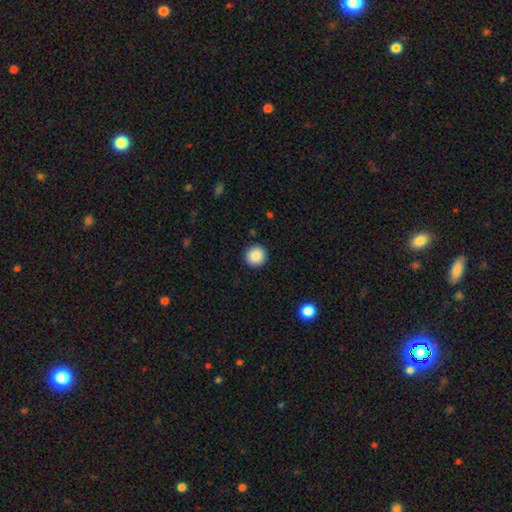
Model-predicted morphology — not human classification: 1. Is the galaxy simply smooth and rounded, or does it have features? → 88% smooth, 8% star or artifact, 4% featured or disk.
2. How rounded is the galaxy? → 94% round, 5% in between, 1% cigar-shaped.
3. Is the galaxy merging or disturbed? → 92% none, 5% minor disturbance, 2% major disturbance, 1% merger.